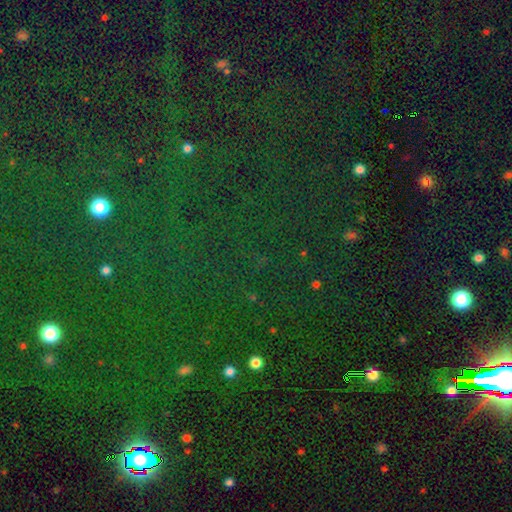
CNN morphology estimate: A star or artifact, not a galaxy (82%).